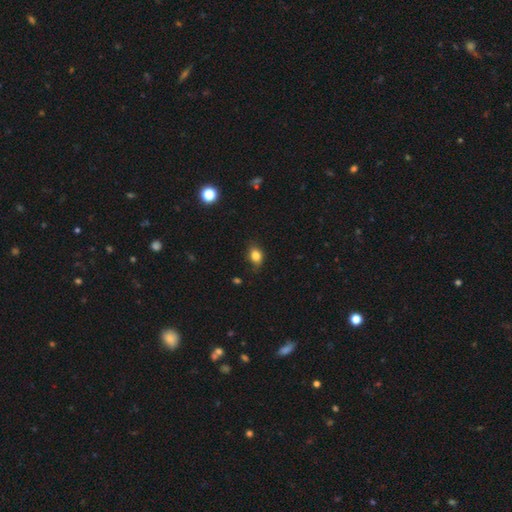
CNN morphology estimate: The model was most divided on "how rounded": in between: 68%, round: 30%, cigar-shaped: 2%. More confident: smooth or featured — smooth (82%); merging — none (73%).